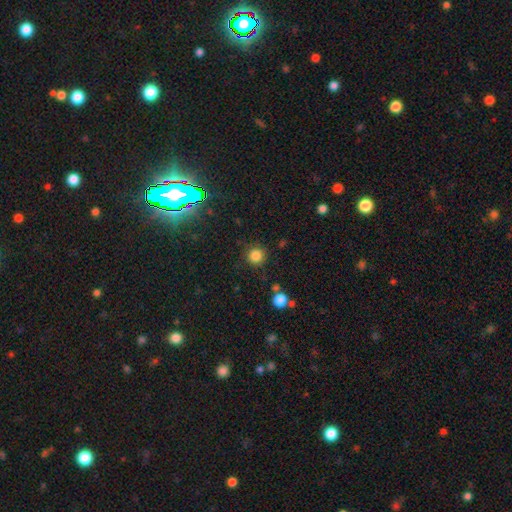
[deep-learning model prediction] A smooth galaxy with no disk features (83%) that is round (94%). Merging: none (87%).